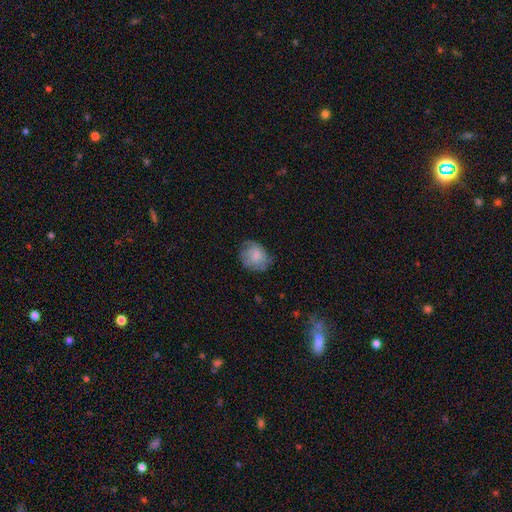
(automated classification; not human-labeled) Smooth or featured: smooth — 65% (featured or disk — 27%)
How rounded: round — 53% (in between — 46%)
Merging: none — 59% (minor disturbance — 29%)